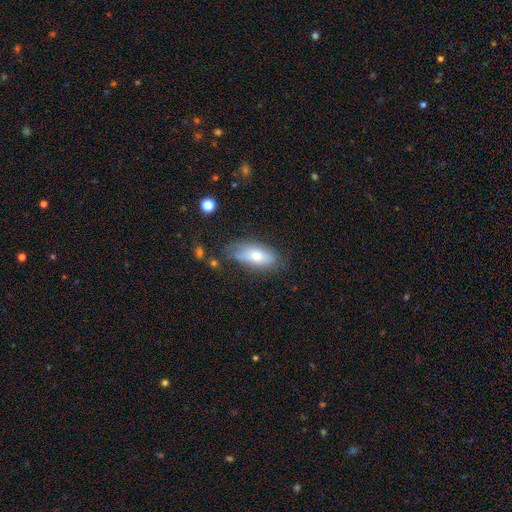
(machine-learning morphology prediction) smooth 69%, featured or disk 23%, star or artifact 8%. Down the decision tree: how rounded — in between (85%); merging — none (64%).